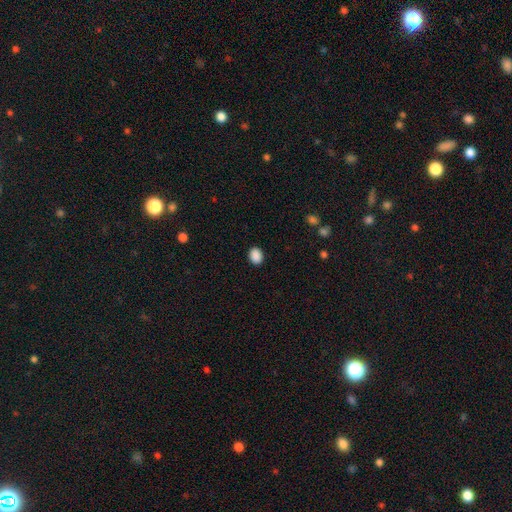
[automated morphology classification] Smooth or featured? smooth (89%)
How rounded? in between (62%)
Merging? none (90%)